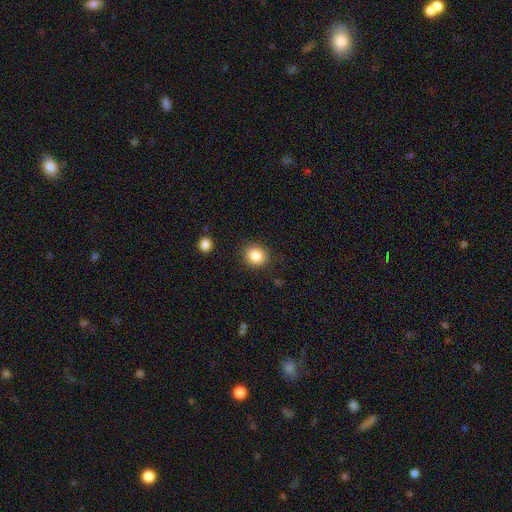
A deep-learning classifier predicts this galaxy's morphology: smooth 85%, star or artifact 9%, featured or disk 6%. Down the decision tree: how rounded — round (82%); merging — none (87%).